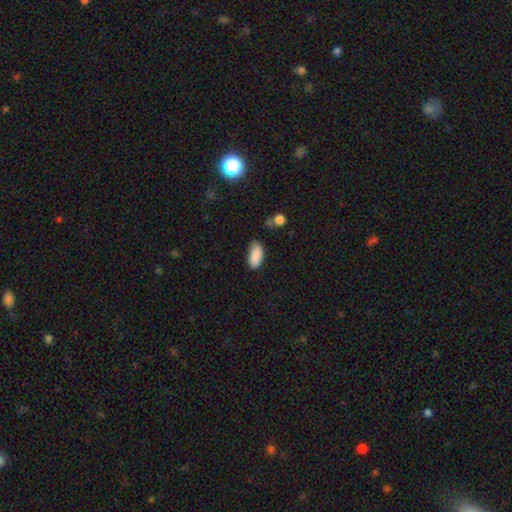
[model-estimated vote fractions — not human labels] A smooth galaxy with no disk features (88%) that is in between round and cigar-shaped (91%).

Vote fractions:
- Smooth or featured? smooth: 88% / star or artifact: 7% / featured or disk: 4%
- How rounded? in between: 91% / cigar-shaped: 7% / round: 2%
- Merging? none: 68% / minor disturbance: 24% / major disturbance: 5% / merger: 3%